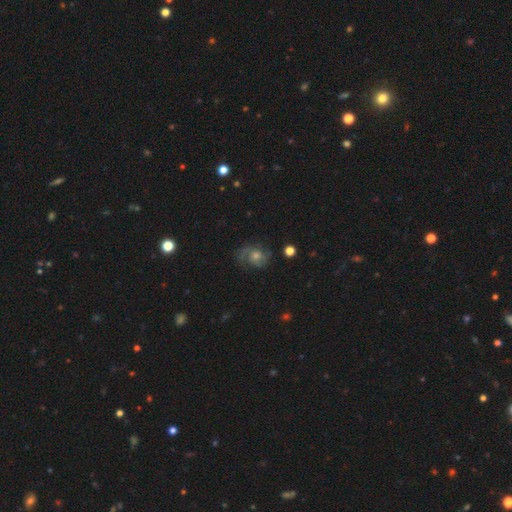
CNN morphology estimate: smooth-or-featured: featured or disk: 66% | smooth: 19% | star or artifact: 16%
  disk-edge-on: no: 97% | yes: 3%
    bar: no: 72% | weak: 24% | strong: 4%
    has-spiral-arms: yes: 91% | no: 9%
      spiral-winding: medium: 49% | tight: 30% | loose: 21%
      spiral-arm-count: 2: 58% | can't tell: 19% | 3: 10% | 1: 7% | 4: 3% | more than 4: 3%
    bulge-size: moderate: 55% | small: 33% | large: 7% | none: 3% | dominant: 1%
  merging: none: 70% | minor disturbance: 17% | major disturbance: 10% | merger: 2%